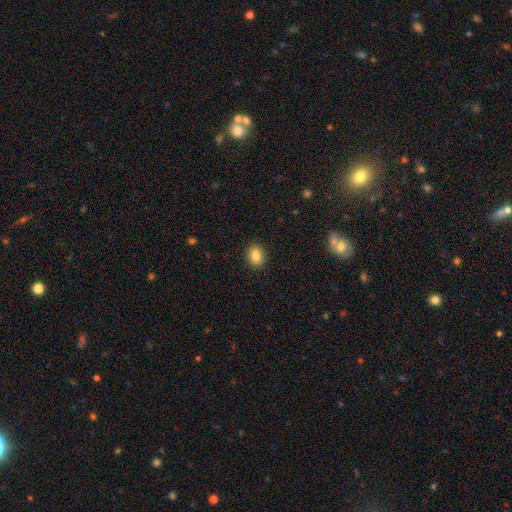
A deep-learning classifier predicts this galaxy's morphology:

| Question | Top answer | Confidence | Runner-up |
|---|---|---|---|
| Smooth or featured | smooth | 85% | star or artifact (9%) |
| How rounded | in between | 60% | round (39%) |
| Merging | none | 90% | minor disturbance (7%) |